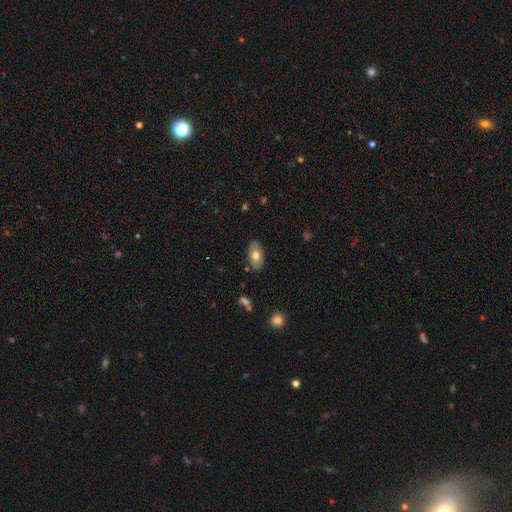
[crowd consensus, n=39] Smooth or featured: smooth — 56% (featured or disk — 44%)
How rounded: in between — 91% (round — 5%)
Merging: none — 74% (minor disturbance — 21%)